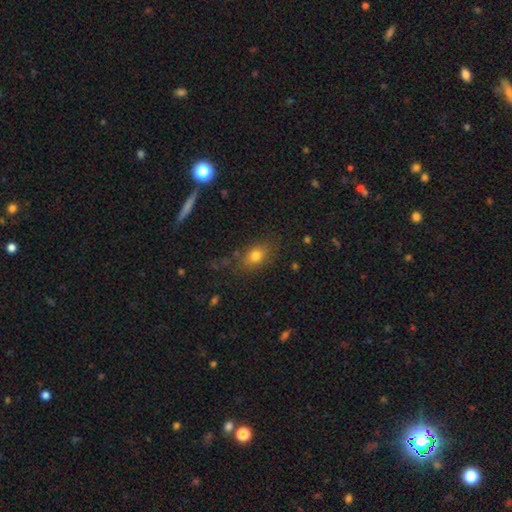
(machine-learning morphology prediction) This is likely a smooth galaxy (77%). How rounded: likely in between (71%). Merging: likely none (75%).